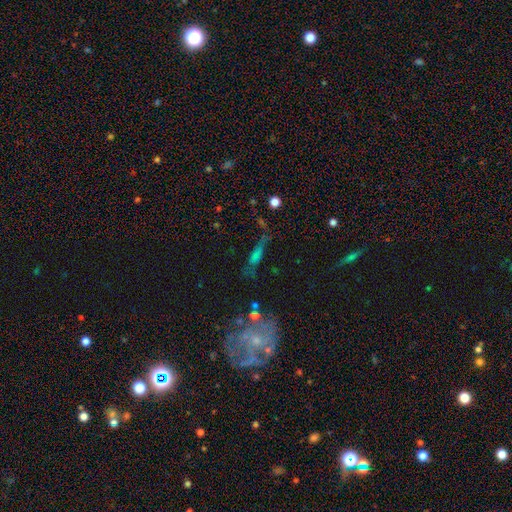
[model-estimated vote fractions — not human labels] Q: Smooth or featured?
A: featured or disk (41%); runner-up: smooth (38%)
Q: Merging?
A: none (53%); runner-up: minor disturbance (20%)